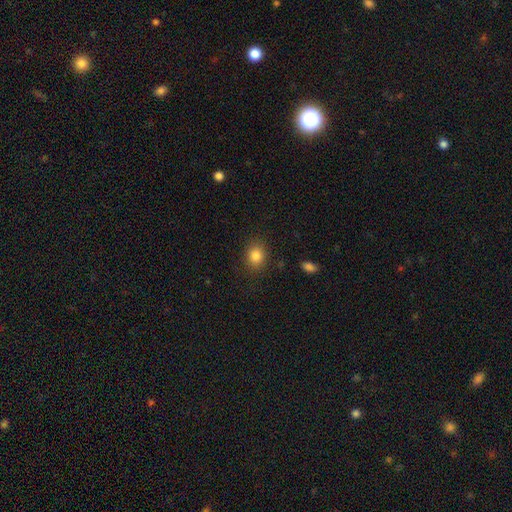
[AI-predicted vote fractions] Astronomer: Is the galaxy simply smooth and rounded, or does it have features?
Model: smooth — 84%.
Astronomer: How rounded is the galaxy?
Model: round — 58% (runner-up: in between, 41%).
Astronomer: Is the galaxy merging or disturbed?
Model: none — 86%.